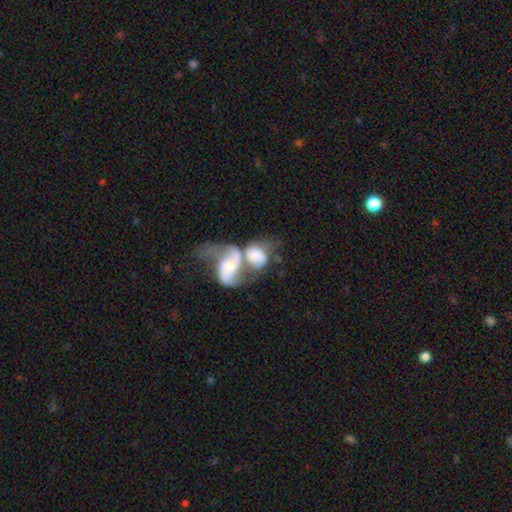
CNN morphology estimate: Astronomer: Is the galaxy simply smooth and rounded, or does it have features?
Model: featured or disk — 61%.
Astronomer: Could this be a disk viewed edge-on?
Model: no — 96%.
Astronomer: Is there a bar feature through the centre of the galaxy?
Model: no — 56%.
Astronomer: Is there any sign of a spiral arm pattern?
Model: yes — 80%.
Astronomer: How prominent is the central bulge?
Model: moderate — 34% (runner-up: small, 29%).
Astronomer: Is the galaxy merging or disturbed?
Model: merger — 74%.